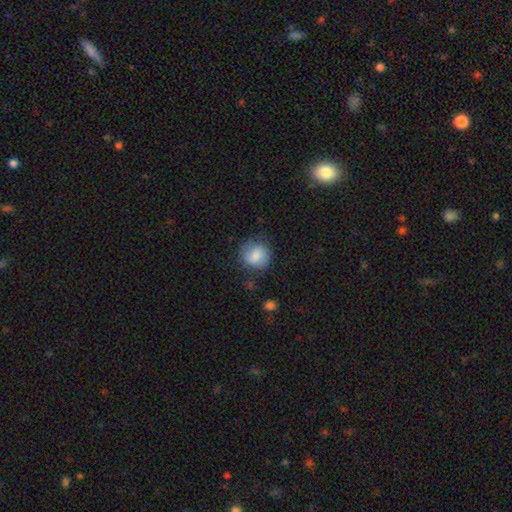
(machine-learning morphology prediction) Overall: smooth (75%). How rounded: round (83%). Merging: none (69%).